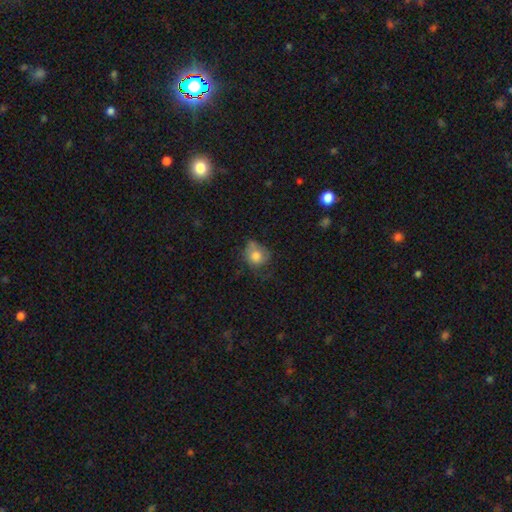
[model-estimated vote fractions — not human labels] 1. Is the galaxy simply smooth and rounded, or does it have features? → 74% smooth, 17% featured or disk, 9% star or artifact.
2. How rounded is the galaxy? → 67% round, 32% in between, 1% cigar-shaped.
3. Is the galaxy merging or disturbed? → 41% none, 34% minor disturbance, 19% major disturbance, 5% merger.